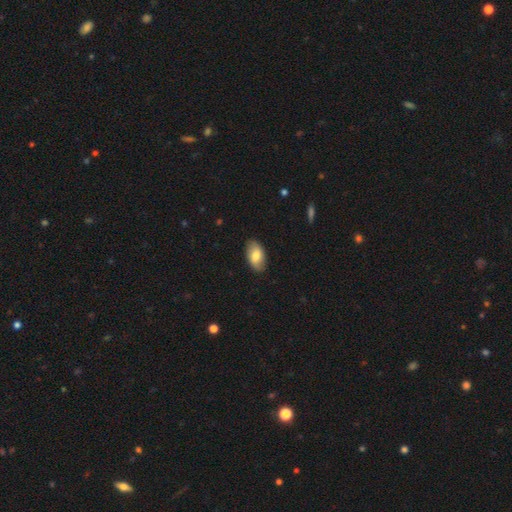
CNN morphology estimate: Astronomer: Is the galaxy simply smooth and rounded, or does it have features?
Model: smooth — 71%.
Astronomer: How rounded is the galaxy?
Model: in between — 94%.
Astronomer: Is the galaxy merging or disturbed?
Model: none — 85%.